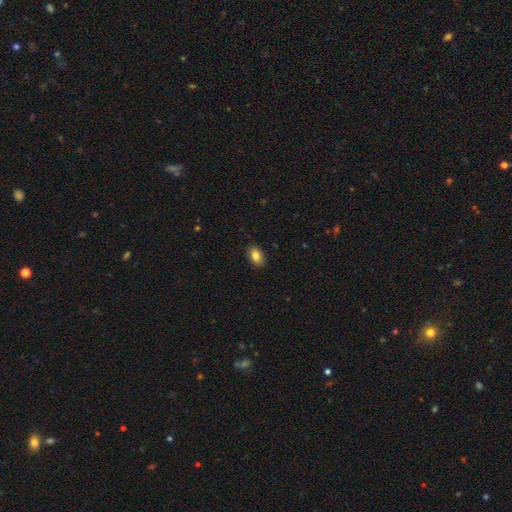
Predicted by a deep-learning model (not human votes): Morphology: type=smooth (84%); roundness=in between (84%); merging=none (88%).